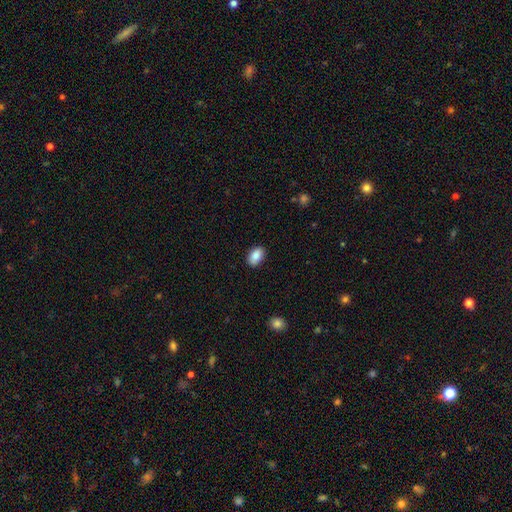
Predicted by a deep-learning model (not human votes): A smooth galaxy with no disk features (87%) that is in between round and cigar-shaped (92%). Merging: none (88%).